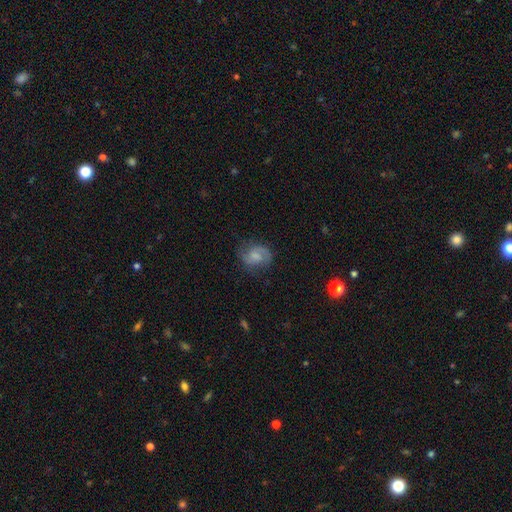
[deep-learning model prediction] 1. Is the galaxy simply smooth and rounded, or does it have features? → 64% featured or disk, 28% smooth, 8% star or artifact.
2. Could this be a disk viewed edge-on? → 98% no, 2% yes.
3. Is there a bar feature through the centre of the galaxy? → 51% weak, 39% no, 10% strong.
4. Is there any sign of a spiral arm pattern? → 93% yes, 7% no.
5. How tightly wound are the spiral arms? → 51% medium, 28% loose, 21% tight.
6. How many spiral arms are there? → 87% 2, 6% can't tell, 4% 1, 1% 3, 1% 4, 1% more than 4.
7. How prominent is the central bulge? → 33% none, 30% small, 29% moderate, 7% large, 1% dominant.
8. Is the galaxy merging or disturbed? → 73% none, 18% minor disturbance, 8% major disturbance, 1% merger.